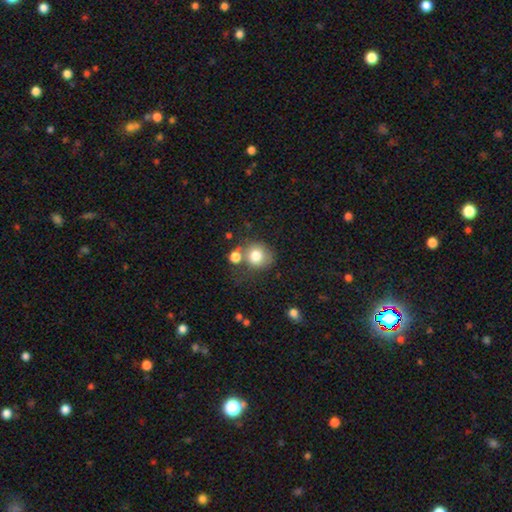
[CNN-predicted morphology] Q: Smooth or featured?
A: smooth (79%); runner-up: featured or disk (11%)
Q: How rounded?
A: round (81%); runner-up: in between (18%)
Q: Merging?
A: none (54%); runner-up: merger (22%)